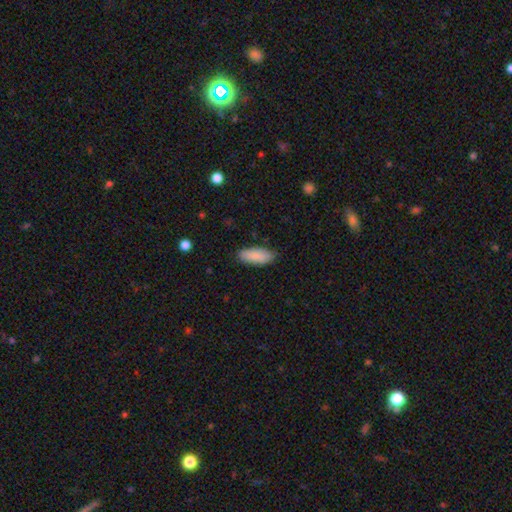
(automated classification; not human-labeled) Smooth or featured? Predicted: smooth (p=0.88). How rounded? Predicted: in between (p=0.76). Merging? Predicted: none (p=0.84).